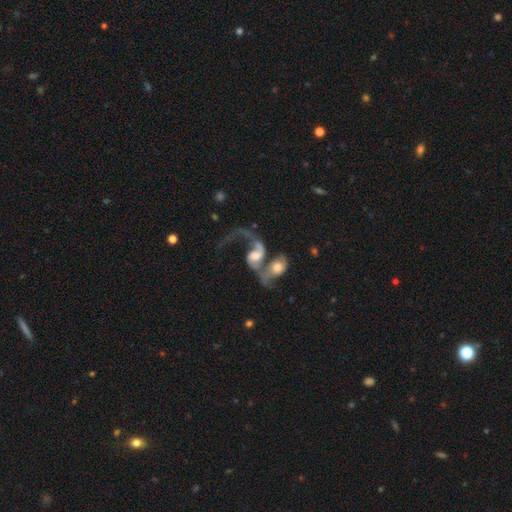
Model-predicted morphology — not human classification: Smooth or featured? featured or disk (79%)
Edge-on disk? no (97%)
Bar? no (47%)
Spiral arms? yes (92%)
Spiral winding? loose (78%)
Spiral arm count? 2 (68%)
Bulge size? moderate (49%)
Merging? merger (68%)